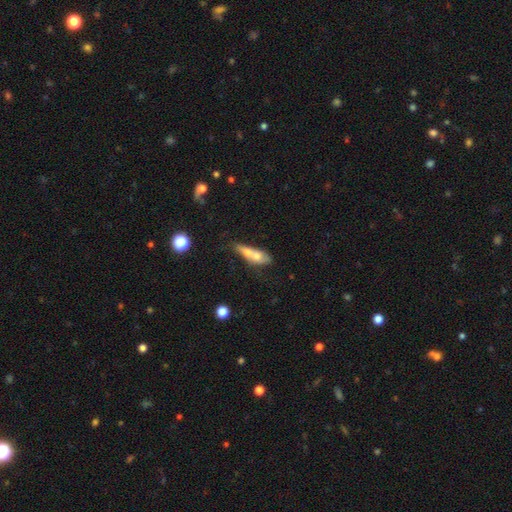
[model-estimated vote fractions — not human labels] smooth-or-featured: smooth: 58% | featured or disk: 33% | star or artifact: 9%
  how-rounded: in between: 49% | cigar-shaped: 44% | round: 7%
  merging: merger: 51% | none: 25% | minor disturbance: 15% | major disturbance: 10%